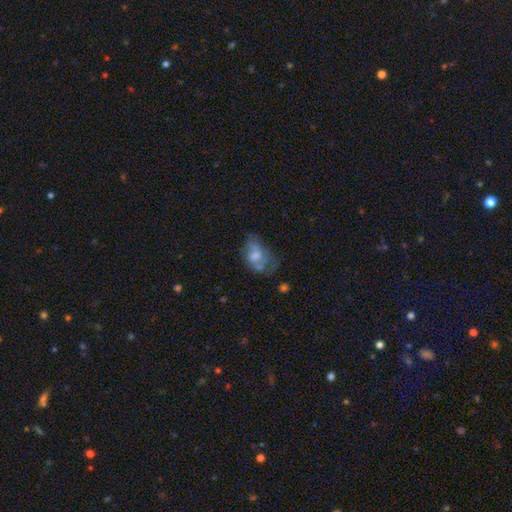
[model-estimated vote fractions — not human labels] This is possibly a smooth galaxy (51%). How rounded: clearly in between (84%). Merging: marginally major disturbance (33%).